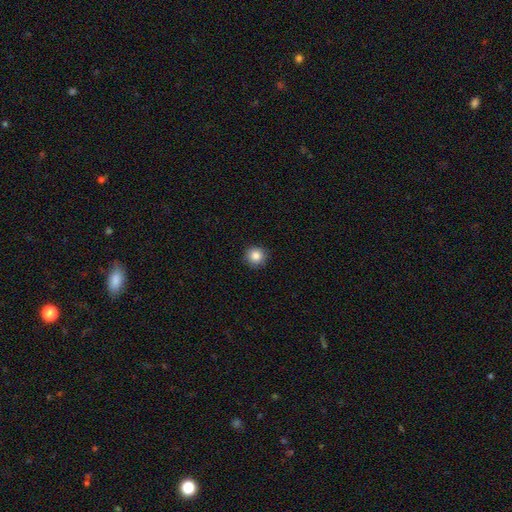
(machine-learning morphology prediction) The model was most divided on "smooth or featured": smooth: 85%, star or artifact: 10%, featured or disk: 5%. More confident: how rounded — round (95%); merging — none (92%).